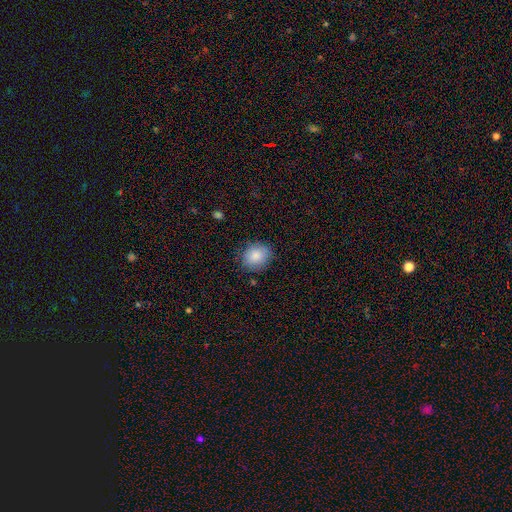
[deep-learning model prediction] Q: Smooth or featured?
A: smooth (85%); runner-up: star or artifact (8%)
Q: How rounded?
A: round (65%); runner-up: in between (35%)
Q: Merging?
A: none (81%); runner-up: minor disturbance (14%)